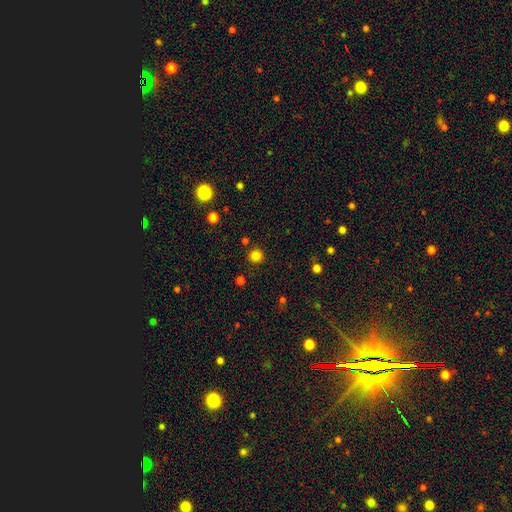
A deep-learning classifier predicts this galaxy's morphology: Smooth or featured?
  - smooth: 81% *
  - star or artifact: 15%
  - featured or disk: 4%
How rounded?
  - round: 95% *
  - in between: 4%
  - cigar-shaped: 1%
Merging?
  - none: 90% *
  - minor disturbance: 6%
  - merger: 2%
  - major disturbance: 2%